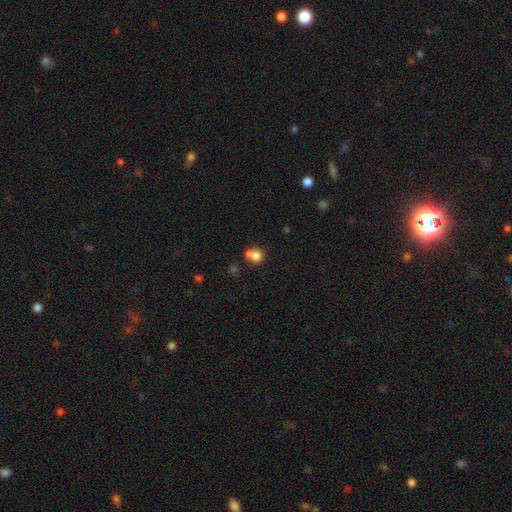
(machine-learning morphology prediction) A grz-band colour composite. It shows a smooth galaxy with no disk features (79%) that is round (79%). Merging: none (44%).